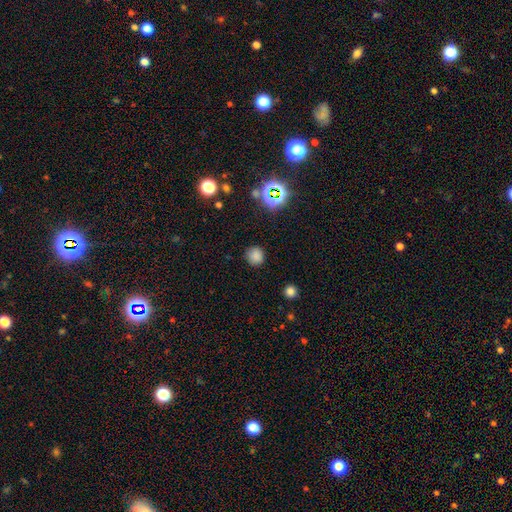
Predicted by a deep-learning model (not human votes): Smooth or featured? smooth (78%)
How rounded? round (89%)
Merging? none (85%)